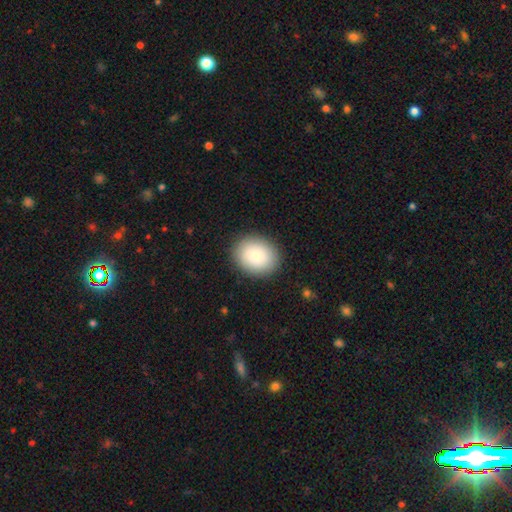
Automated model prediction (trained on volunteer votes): A smooth galaxy with no disk features (85%) that is round (52%).

Vote fractions:
- Smooth or featured? smooth: 85% / featured or disk: 8% / star or artifact: 7%
- How rounded? round: 52% / in between: 47% / cigar-shaped: 1%
- Merging? none: 88% / minor disturbance: 8% / major disturbance: 3% / merger: 1%